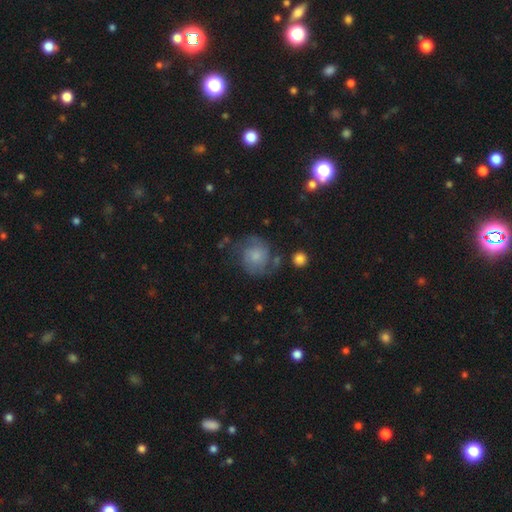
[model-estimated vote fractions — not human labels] A featured or disk galaxy (49%).

Vote fractions:
- Smooth or featured? featured or disk: 49% / smooth: 43% / star or artifact: 8%
- Merging? none: 54% / minor disturbance: 24% / major disturbance: 17% / merger: 5%